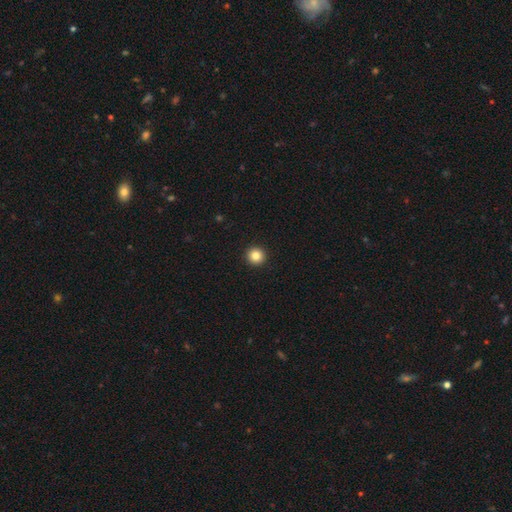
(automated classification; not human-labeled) The model was most divided on "smooth or featured": smooth: 85%, star or artifact: 10%, featured or disk: 5%. More confident: how rounded — round (96%); merging — none (94%).